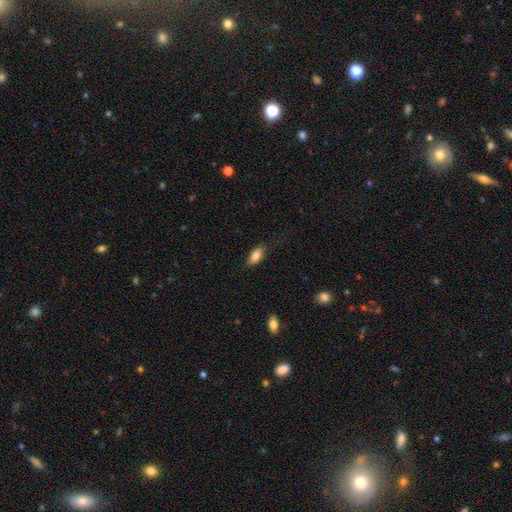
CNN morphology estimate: Smooth or featured: smooth — 84% (featured or disk — 9%)
How rounded: in between — 86% (cigar-shaped — 11%)
Merging: none — 79% (minor disturbance — 16%)